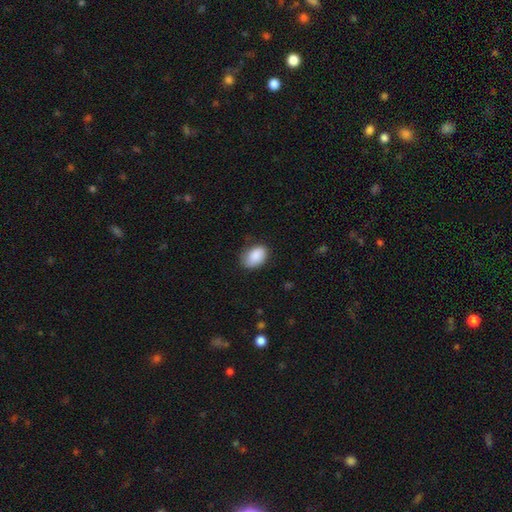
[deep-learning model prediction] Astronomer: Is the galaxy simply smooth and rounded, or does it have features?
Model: smooth — 88%.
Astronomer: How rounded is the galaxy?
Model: in between — 85%.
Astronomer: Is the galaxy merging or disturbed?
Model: none — 74%.